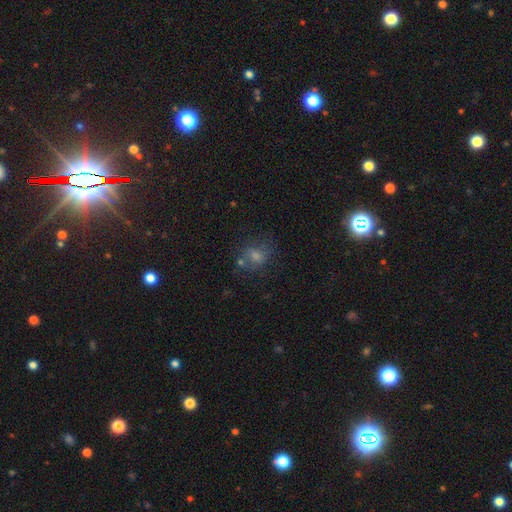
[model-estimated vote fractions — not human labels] smooth 50%, star or artifact 32%, featured or disk 18%. Down the decision tree: merging — none (66%).